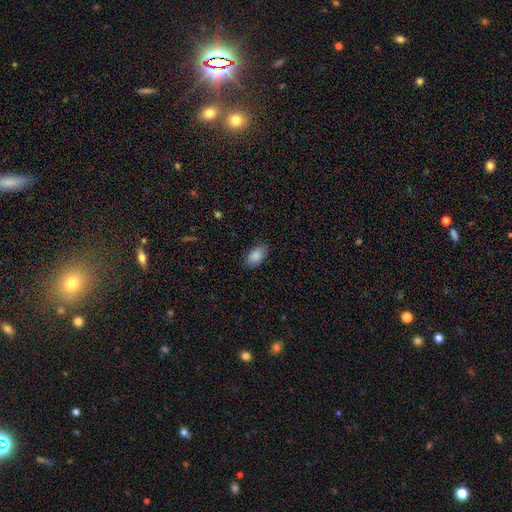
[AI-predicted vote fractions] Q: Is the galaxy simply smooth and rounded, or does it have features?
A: smooth — 87%.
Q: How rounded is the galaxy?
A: in between — 93%.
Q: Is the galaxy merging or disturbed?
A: none — 84%.